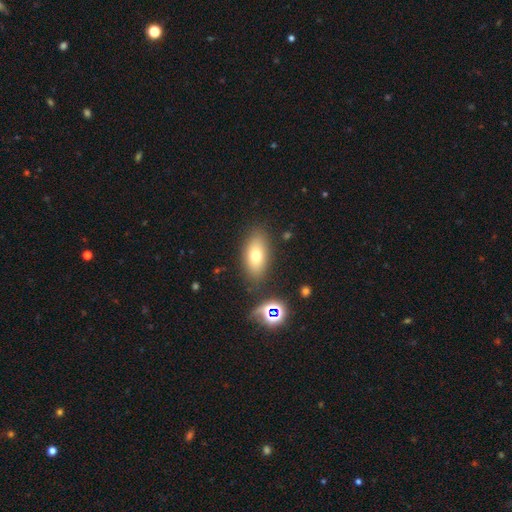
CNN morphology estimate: This is likely a smooth galaxy (71%). How rounded: clearly in between (85%). Merging: clearly none (82%).